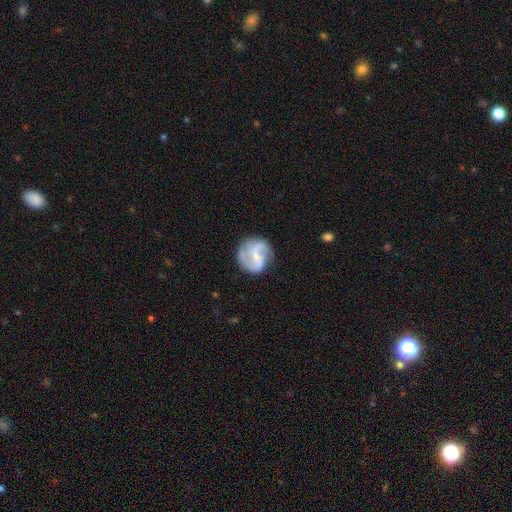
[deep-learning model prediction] smooth-or-featured: featured or disk: 79% | smooth: 15% | star or artifact: 6%
  disk-edge-on: no: 98% | yes: 2%
    bar: weak: 49% | no: 29% | strong: 22%
    has-spiral-arms: yes: 93% | no: 7%
      spiral-winding: loose: 46% | medium: 41% | tight: 13%
      spiral-arm-count: 2: 81% | can't tell: 7% | 3: 5% | 1: 4% | 4: 2% | more than 4: 2%
    bulge-size: small: 58% | moderate: 20% | none: 19% | large: 1% | dominant: 1%
  merging: none: 71% | minor disturbance: 18% | major disturbance: 9% | merger: 2%